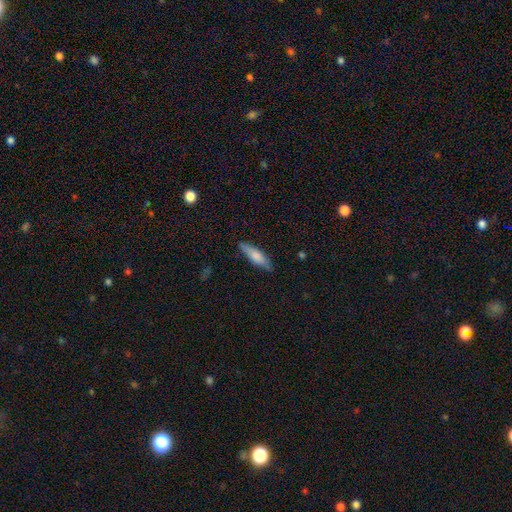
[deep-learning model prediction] Overall: smooth (71%). How rounded: cigar-shaped (68%; in between 31%). Merging: none (84%).